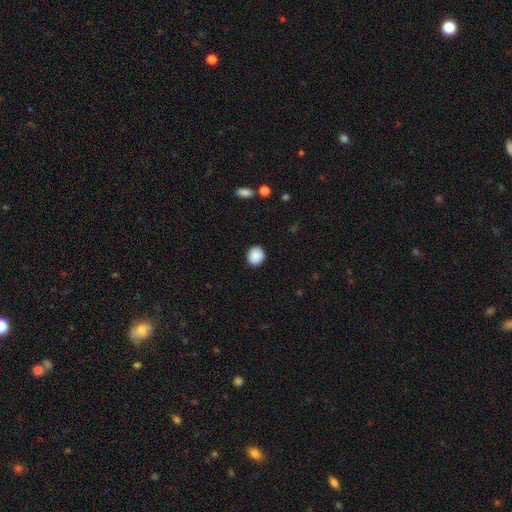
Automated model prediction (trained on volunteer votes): smooth 88%, star or artifact 8%, featured or disk 4%. Down the decision tree: how rounded — round (73%); merging — none (88%).